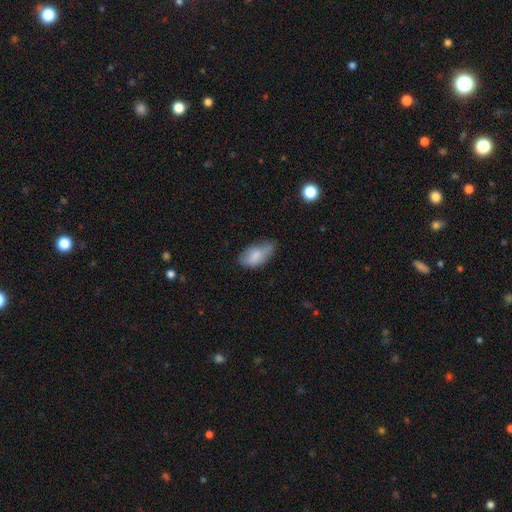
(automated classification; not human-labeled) Smooth or featured?
  - smooth: 79% *
  - featured or disk: 14%
  - star or artifact: 7%
How rounded?
  - in between: 93% *
  - cigar-shaped: 4%
  - round: 4%
Merging?
  - minor disturbance: 43% *
  - none: 42%
  - major disturbance: 13%
  - merger: 2%